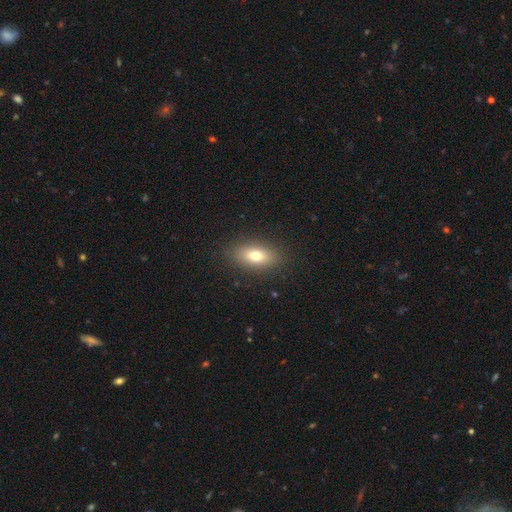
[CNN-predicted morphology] Overall: smooth (73%). How rounded: in between (83%). Merging: none (88%).